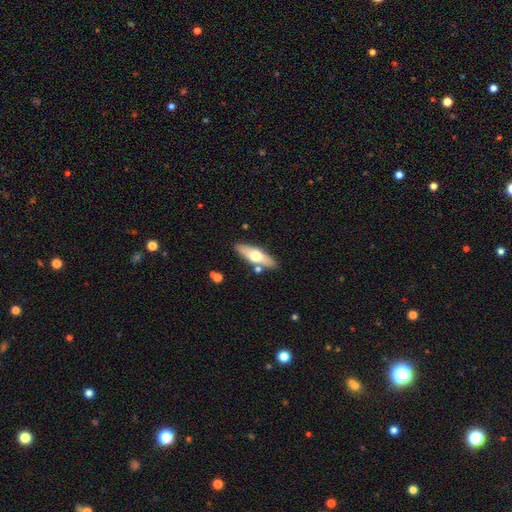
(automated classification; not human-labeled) Morphology: type=smooth (51%); roundness=cigar-shaped (49%, tied with in between); merging=none (83%).